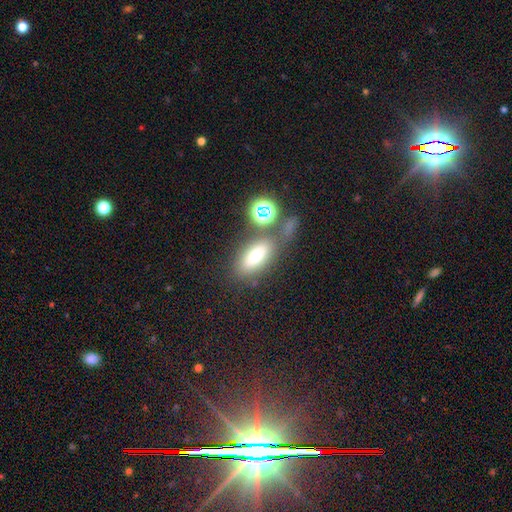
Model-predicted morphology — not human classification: Smooth or featured: smooth — 74% (featured or disk — 13%)
How rounded: in between — 76% (cigar-shaped — 18%)
Merging: none — 62% (merger — 16%)